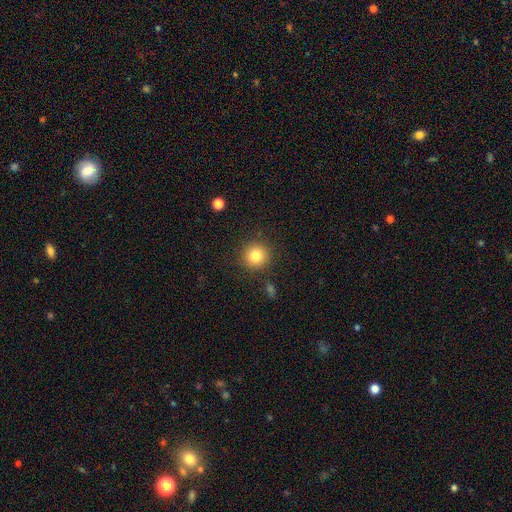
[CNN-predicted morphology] Smooth or featured?
  - smooth: 82% *
  - star or artifact: 11%
  - featured or disk: 7%
How rounded?
  - round: 94% *
  - in between: 5%
  - cigar-shaped: 1%
Merging?
  - none: 89% *
  - minor disturbance: 7%
  - major disturbance: 3%
  - merger: 2%